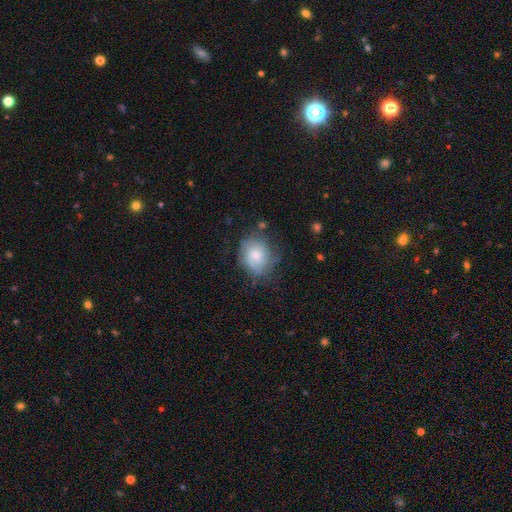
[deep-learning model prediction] A smooth galaxy with no disk features (60%) that is round (62%).

Vote fractions:
- Smooth or featured? smooth: 60% / featured or disk: 32% / star or artifact: 8%
- How rounded? round: 62% / in between: 37% / cigar-shaped: 1%
- Merging? none: 57% / minor disturbance: 28% / major disturbance: 13% / merger: 3%